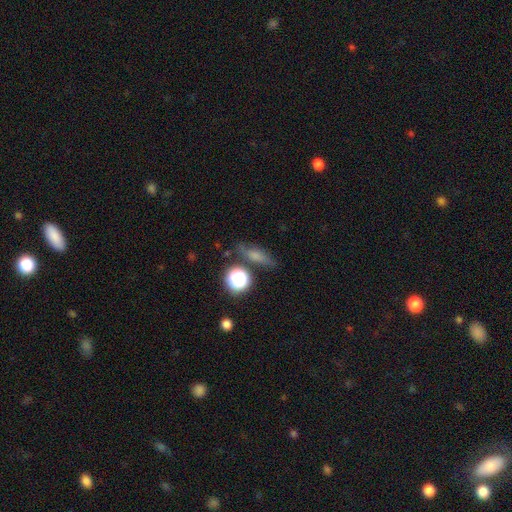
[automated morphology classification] Smooth or featured: smooth — 64% (featured or disk — 20%)
How rounded: cigar-shaped — 42% (in between — 38%)
Merging: none — 70% (minor disturbance — 18%)